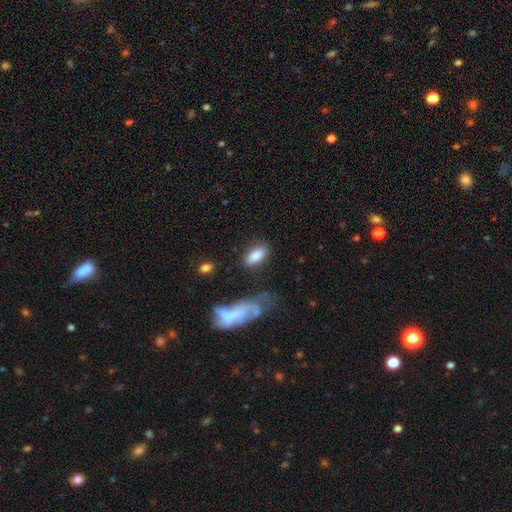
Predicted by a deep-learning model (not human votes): Smooth or featured?
  - smooth: 81% *
  - featured or disk: 12%
  - star or artifact: 7%
How rounded?
  - in between: 85% *
  - cigar-shaped: 12%
  - round: 3%
Merging?
  - none: 74% *
  - minor disturbance: 14%
  - major disturbance: 6%
  - merger: 6%